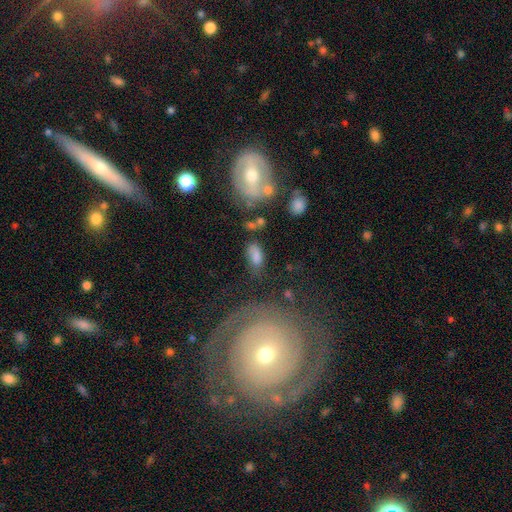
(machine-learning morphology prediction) Q: Smooth or featured?
A: smooth (73%); runner-up: featured or disk (14%)
Q: How rounded?
A: in between (87%); runner-up: cigar-shaped (7%)
Q: Merging?
A: none (46%); runner-up: minor disturbance (26%)